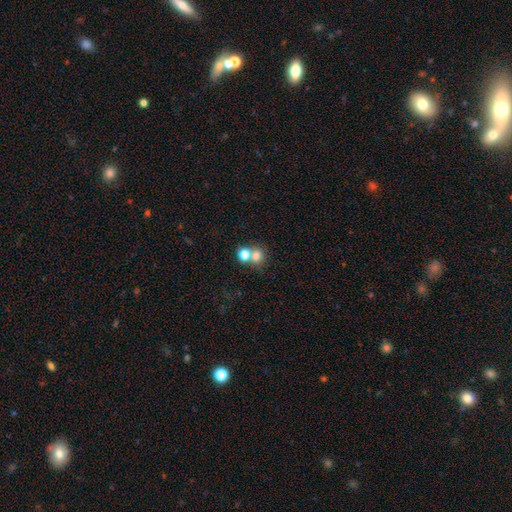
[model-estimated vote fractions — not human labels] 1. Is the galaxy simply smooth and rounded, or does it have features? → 75% smooth, 14% star or artifact, 11% featured or disk.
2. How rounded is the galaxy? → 78% round, 21% in between, 1% cigar-shaped.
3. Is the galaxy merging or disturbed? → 45% merger, 44% none, 7% minor disturbance, 4% major disturbance.